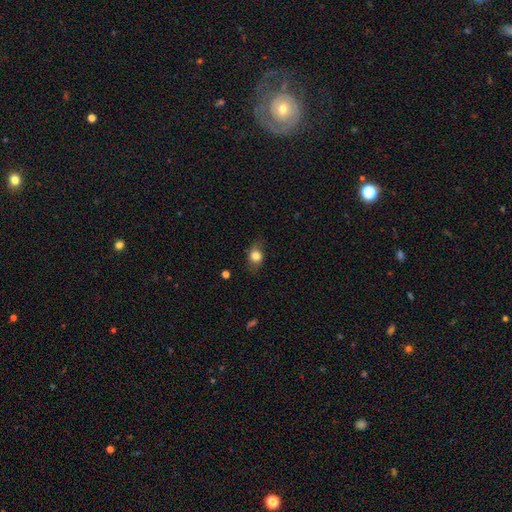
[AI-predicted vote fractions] Smooth or featured?
  - smooth: 77% *
  - featured or disk: 14%
  - star or artifact: 9%
How rounded?
  - in between: 56% *
  - round: 41%
  - cigar-shaped: 3%
Merging?
  - none: 74% *
  - minor disturbance: 19%
  - major disturbance: 6%
  - merger: 1%